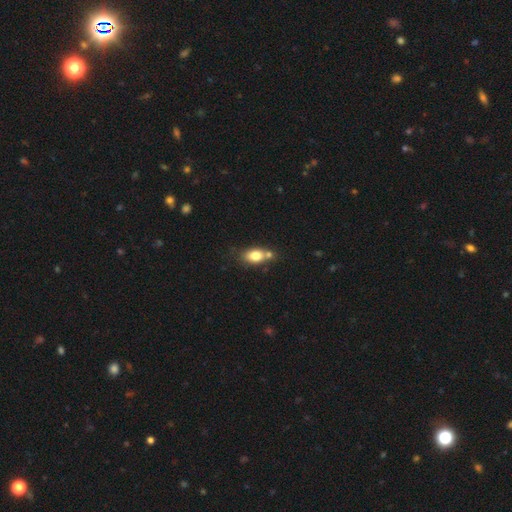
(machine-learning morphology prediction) A smooth galaxy with no disk features (78%) that is in between round and cigar-shaped (79%). Merging: none (51%).